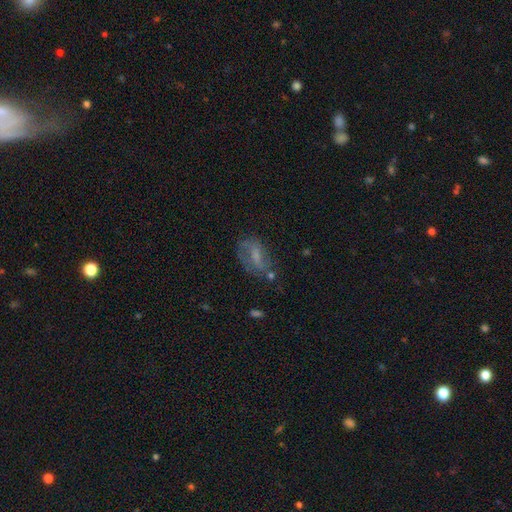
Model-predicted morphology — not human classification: Overall: featured or disk (50%; smooth 39%). Merging: none (53%; minor disturbance 25%).